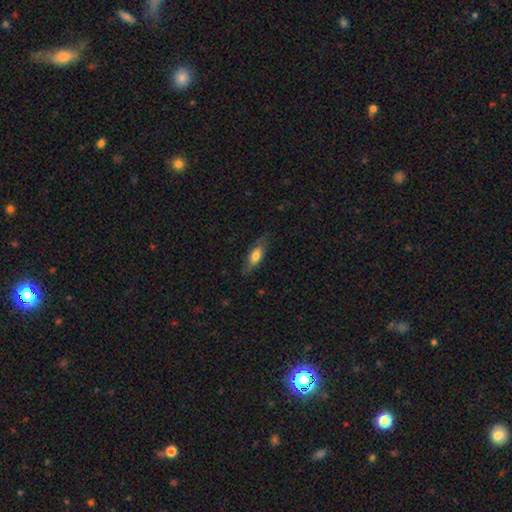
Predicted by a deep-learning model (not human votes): smooth_or_featured: smooth (p=0.66) [alt: featured or disk p=0.28]
how_rounded: in between (p=0.66) [alt: cigar-shaped p=0.31]
merging: none (p=0.76) [alt: minor disturbance p=0.19]